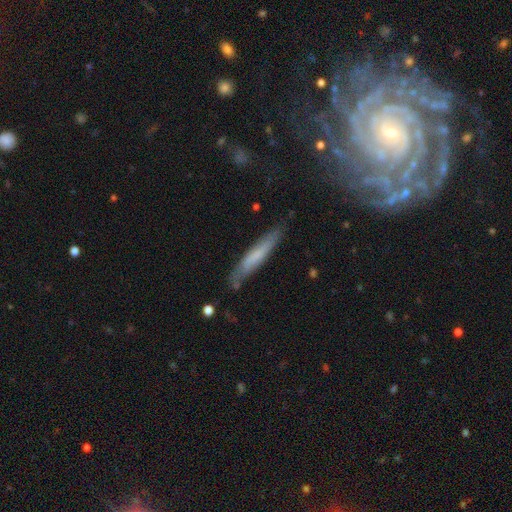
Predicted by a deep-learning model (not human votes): This appears to be a smooth galaxy with no disk features (59%) that is cigar-shaped (91%). Merging: none (78%).